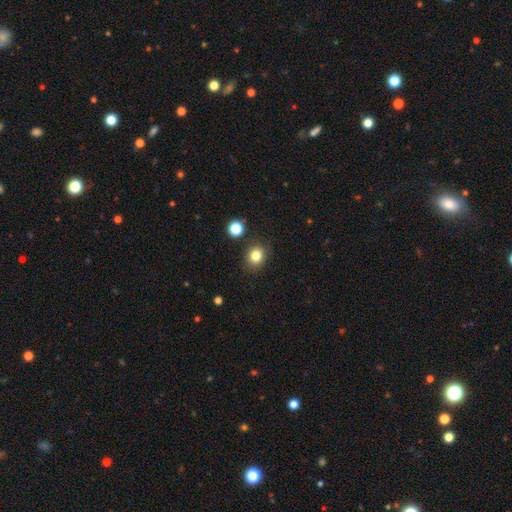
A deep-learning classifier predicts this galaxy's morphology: smooth_or_featured: smooth (p=0.82) [alt: star or artifact p=0.12]
how_rounded: round (p=0.68) [alt: in between p=0.31]
merging: none (p=0.85) [alt: minor disturbance p=0.09]